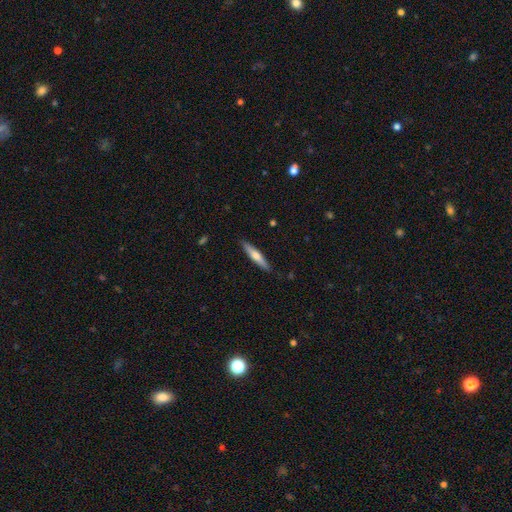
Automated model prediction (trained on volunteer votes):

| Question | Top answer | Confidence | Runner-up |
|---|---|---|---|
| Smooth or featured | smooth | 51% | featured or disk (43%) |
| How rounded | cigar-shaped | 89% | in between (10%) |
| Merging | none | 89% | minor disturbance (9%) |